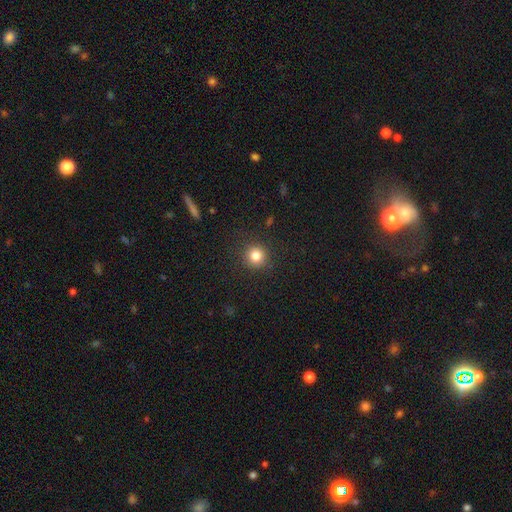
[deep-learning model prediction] Smooth or featured? smooth (82%)
How rounded? round (93%)
Merging? none (90%)